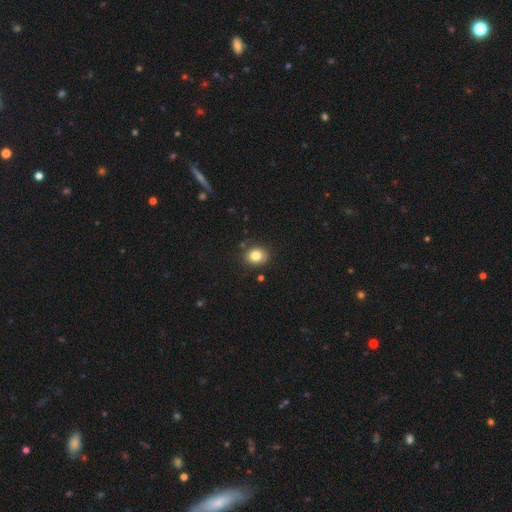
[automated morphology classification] smooth-or-featured: smooth: 82% | star or artifact: 10% | featured or disk: 8%
  how-rounded: round: 62% | in between: 37% | cigar-shaped: 1%
  merging: none: 82% | minor disturbance: 12% | major disturbance: 3% | merger: 3%